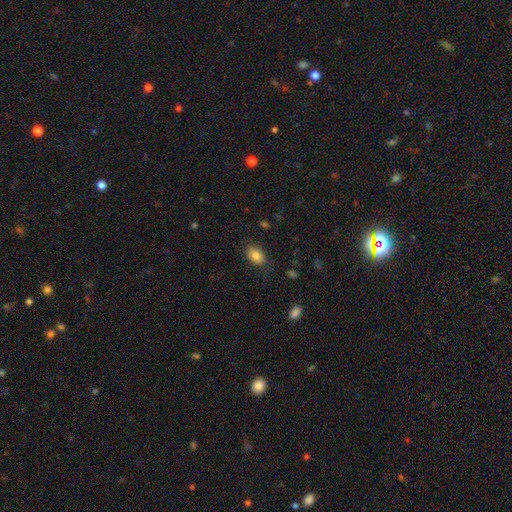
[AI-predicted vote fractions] Smooth or featured?
  - smooth: 83% *
  - featured or disk: 9%
  - star or artifact: 8%
How rounded?
  - in between: 84% *
  - round: 15%
  - cigar-shaped: 1%
Merging?
  - none: 79% *
  - minor disturbance: 16%
  - major disturbance: 4%
  - merger: 1%